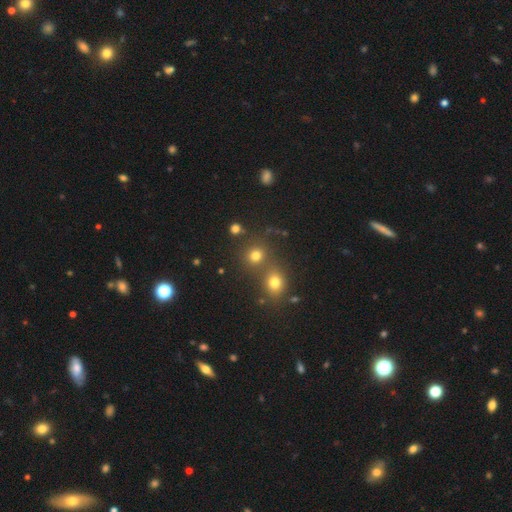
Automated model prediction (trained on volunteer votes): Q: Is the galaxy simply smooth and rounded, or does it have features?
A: smooth — 74%.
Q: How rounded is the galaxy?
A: round — 85%.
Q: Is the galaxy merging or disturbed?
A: none — 62%.